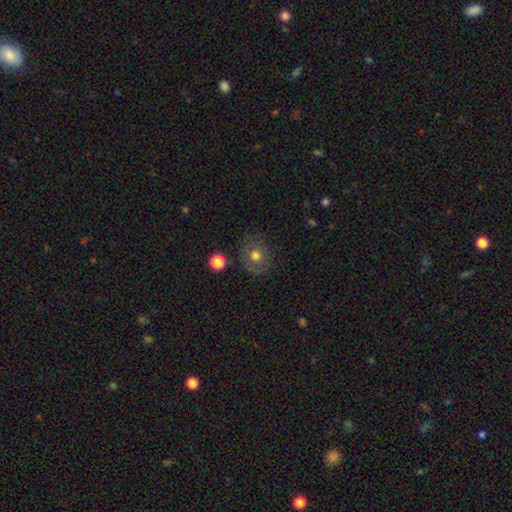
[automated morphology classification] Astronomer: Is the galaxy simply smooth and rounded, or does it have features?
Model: smooth — 64%.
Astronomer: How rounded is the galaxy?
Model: round — 75%.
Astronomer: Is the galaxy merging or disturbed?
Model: none — 80%.